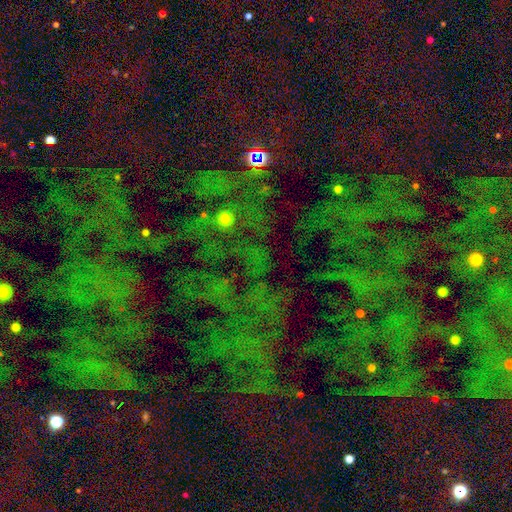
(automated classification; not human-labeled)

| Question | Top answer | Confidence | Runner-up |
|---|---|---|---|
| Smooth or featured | star or artifact | 74% | smooth (16%) |